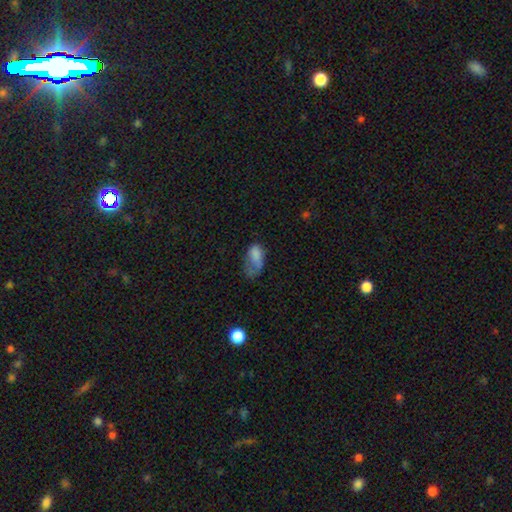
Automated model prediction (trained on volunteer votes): Q: Smooth or featured?
A: smooth (72%); runner-up: featured or disk (18%)
Q: How rounded?
A: in between (92%); runner-up: round (5%)
Q: Merging?
A: major disturbance (44%); runner-up: minor disturbance (29%)